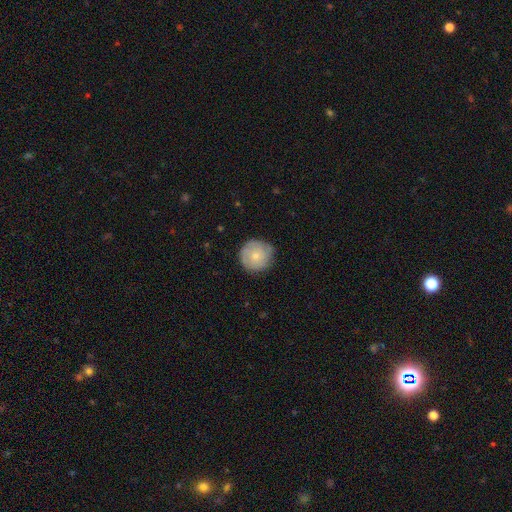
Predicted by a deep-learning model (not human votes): A smooth galaxy with no disk features (68%) that is round (95%).

Vote fractions:
- Smooth or featured? smooth: 68% / featured or disk: 26% / star or artifact: 6%
- How rounded? round: 95% / in between: 4% / cigar-shaped: 1%
- Merging? none: 80% / minor disturbance: 16% / major disturbance: 3% / merger: 1%